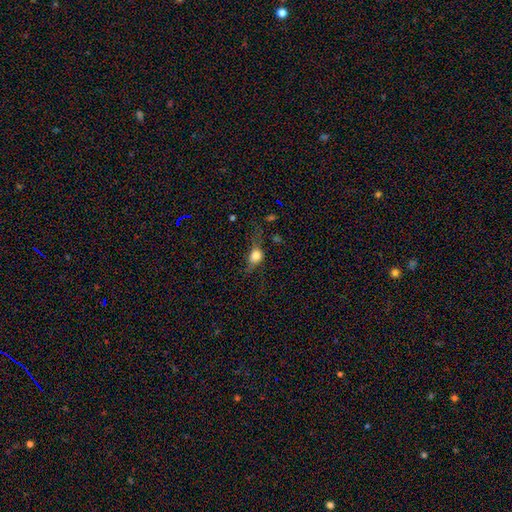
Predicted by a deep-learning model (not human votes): smooth-or-featured: smooth: 71% | featured or disk: 17% | star or artifact: 12%
  how-rounded: round: 50% | in between: 44% | cigar-shaped: 5%
  merging: none: 44% | minor disturbance: 27% | major disturbance: 26% | merger: 3%